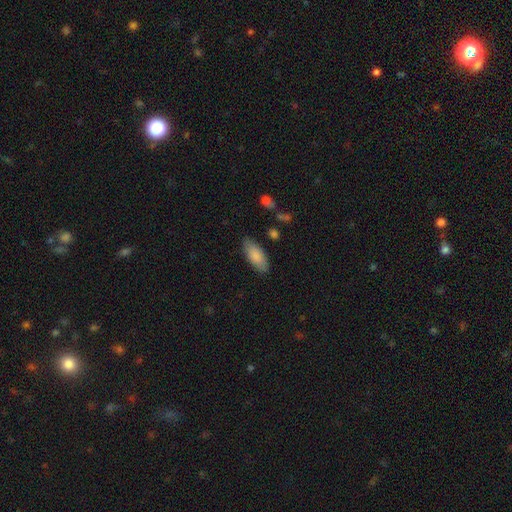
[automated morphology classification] This is clearly a smooth galaxy (84%). How rounded: clearly in between (85%). Merging: clearly none (83%).